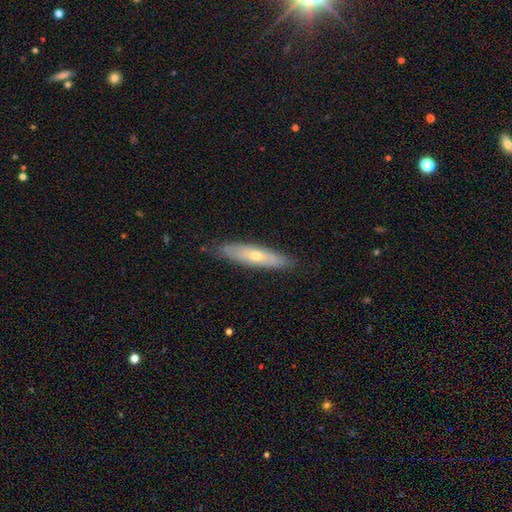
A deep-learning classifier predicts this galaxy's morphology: Q: Smooth or featured?
A: featured or disk (48%); runner-up: smooth (46%)
Q: Merging?
A: none (83%); runner-up: minor disturbance (13%)